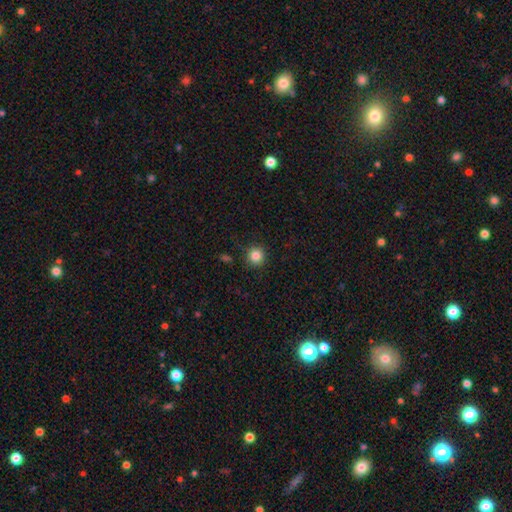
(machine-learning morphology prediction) Smooth or featured? Predicted: smooth (p=0.84). How rounded? Predicted: round (p=0.94). Merging? Predicted: none (p=0.89).